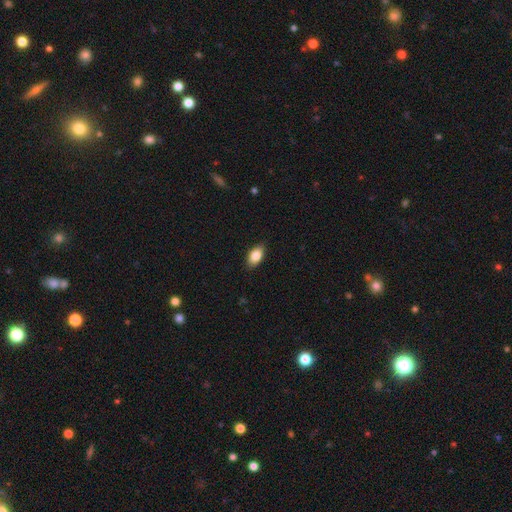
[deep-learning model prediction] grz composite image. It shows a smooth galaxy with no disk features (85%) that is in between round and cigar-shaped (90%). Merging: none (84%).